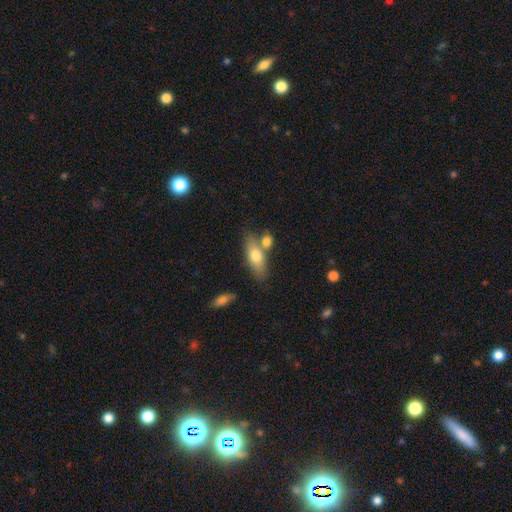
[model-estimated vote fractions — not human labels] Q: Smooth or featured?
A: smooth (71%); runner-up: featured or disk (23%)
Q: How rounded?
A: in between (70%); runner-up: cigar-shaped (25%)
Q: Merging?
A: none (54%); runner-up: merger (29%)